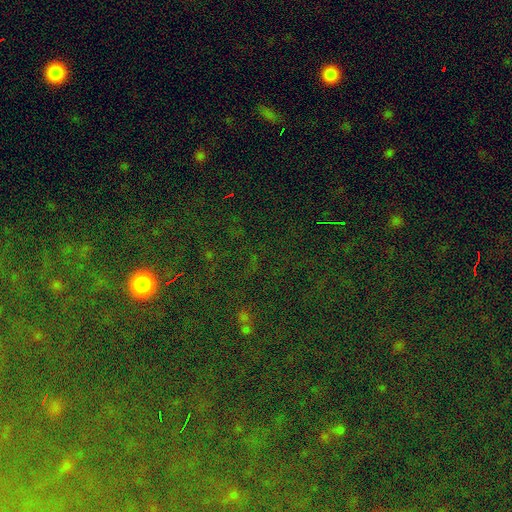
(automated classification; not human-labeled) star or artifact 74%, smooth 14%, featured or disk 13%.